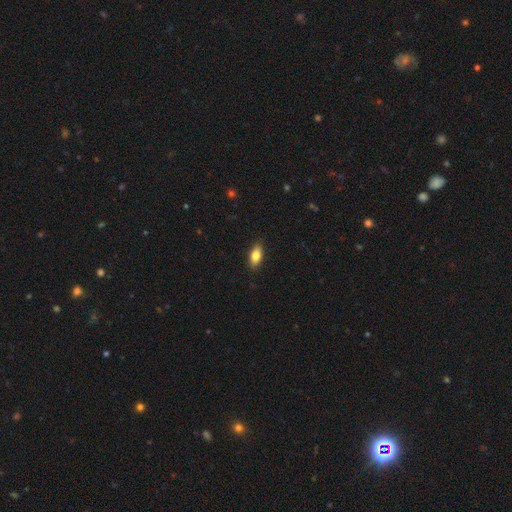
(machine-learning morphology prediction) The model was most divided on "smooth or featured": smooth: 80%, featured or disk: 13%, star or artifact: 7%. More confident: merging — none (88%); how rounded — in between (85%).